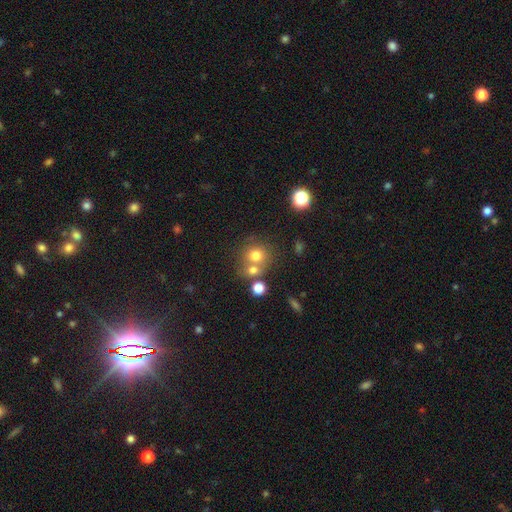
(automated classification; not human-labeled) Smooth or featured? Predicted: smooth (p=0.72). How rounded? Predicted: round (p=0.85). Merging? Predicted: none (p=0.51).